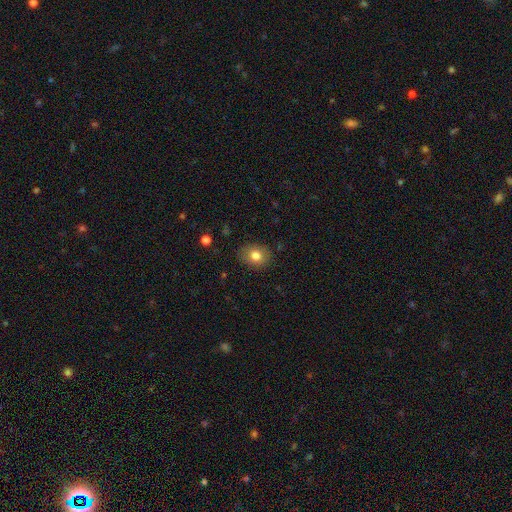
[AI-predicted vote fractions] This appears to be a smooth galaxy with no disk features (80%) that is in between round and cigar-shaped (51%). Merging: none (84%).